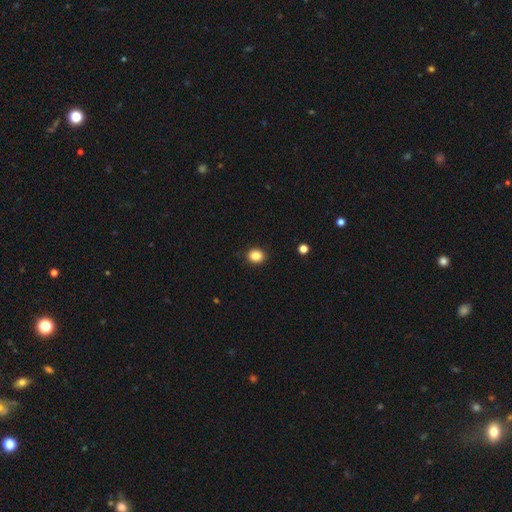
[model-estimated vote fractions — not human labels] Smooth or featured?
  - smooth: 86% *
  - star or artifact: 10%
  - featured or disk: 4%
How rounded?
  - round: 64% *
  - in between: 35%
  - cigar-shaped: 1%
Merging?
  - none: 90% *
  - minor disturbance: 7%
  - major disturbance: 2%
  - merger: 1%